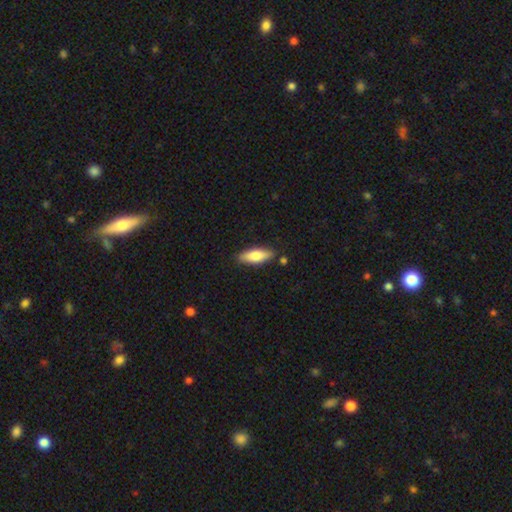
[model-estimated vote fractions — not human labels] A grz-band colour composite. It shows a smooth galaxy with no disk features (76%) that is in between round and cigar-shaped (64%). Merging: none (84%).